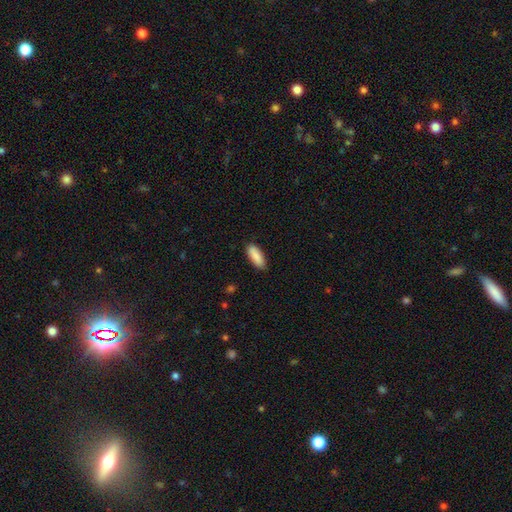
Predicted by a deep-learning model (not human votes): Smooth or featured? Predicted: smooth (p=0.88). How rounded? Predicted: in between (p=0.67). Merging? Predicted: none (p=0.87).